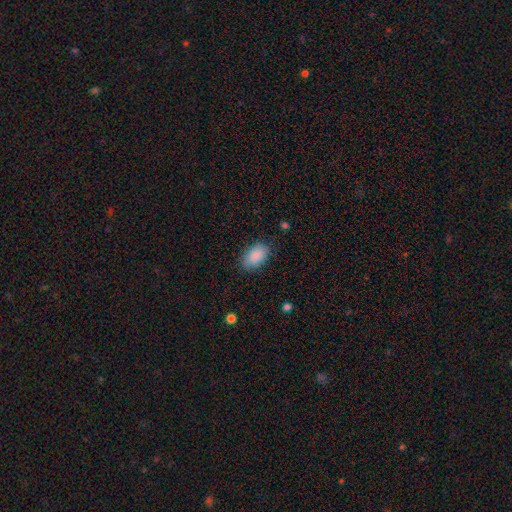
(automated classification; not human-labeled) A smooth galaxy with no disk features (88%) that is in between round and cigar-shaped (91%). Merging: none (84%).